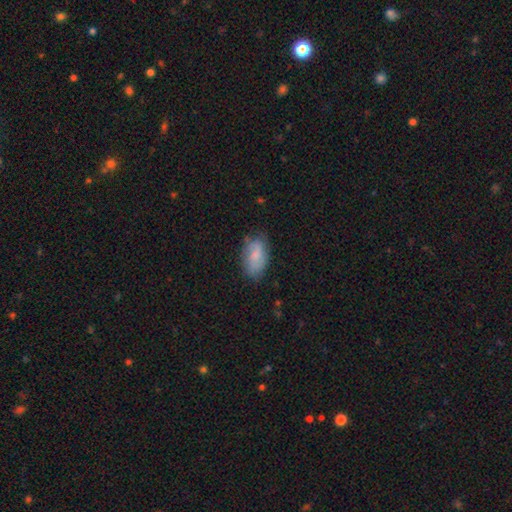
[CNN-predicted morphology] Q: Smooth or featured?
A: smooth (71%); runner-up: featured or disk (22%)
Q: How rounded?
A: in between (93%); runner-up: round (4%)
Q: Merging?
A: none (68%); runner-up: minor disturbance (24%)